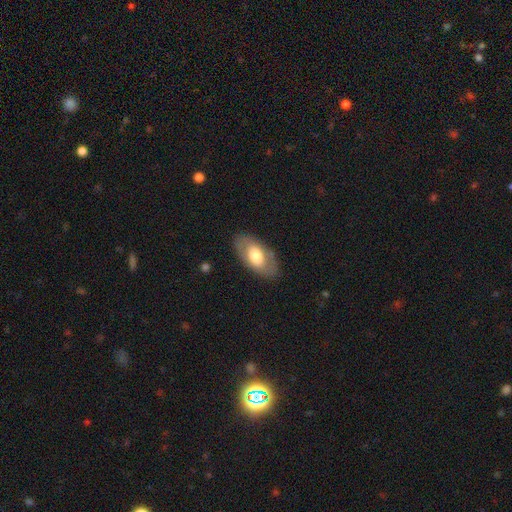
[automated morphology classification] Smooth or featured?
  - smooth: 56% *
  - featured or disk: 38%
  - star or artifact: 6%
How rounded?
  - in between: 93% *
  - round: 4%
  - cigar-shaped: 3%
Merging?
  - none: 83% *
  - minor disturbance: 12%
  - major disturbance: 4%
  - merger: 1%